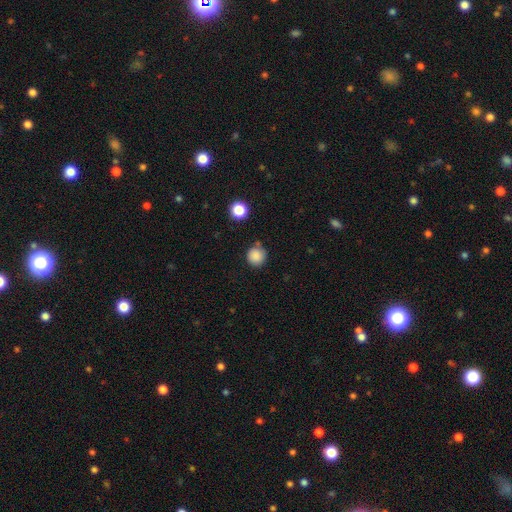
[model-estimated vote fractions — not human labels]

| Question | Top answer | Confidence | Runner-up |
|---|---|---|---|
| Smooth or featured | smooth | 86% | star or artifact (10%) |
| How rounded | round | 93% | in between (6%) |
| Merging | none | 80% | minor disturbance (12%) |